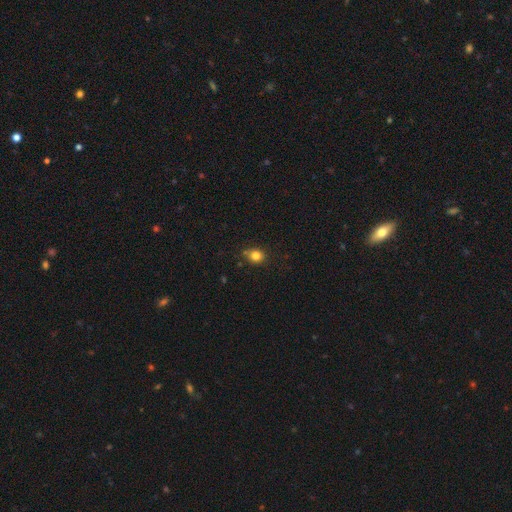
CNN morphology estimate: Smooth or featured? smooth (83%)
How rounded? round (73%)
Merging? none (77%)